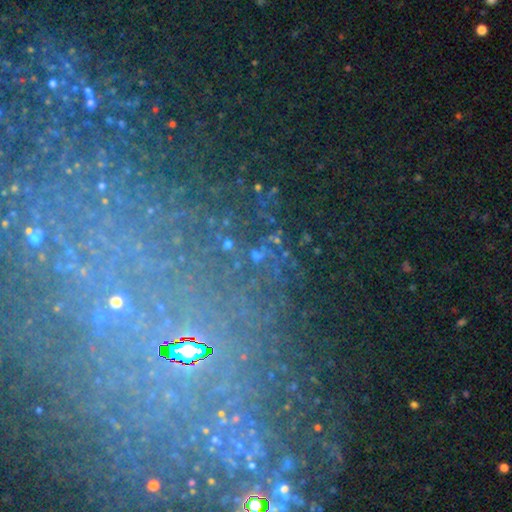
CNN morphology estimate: Smooth or featured? Predicted: star or artifact (p=0.59).